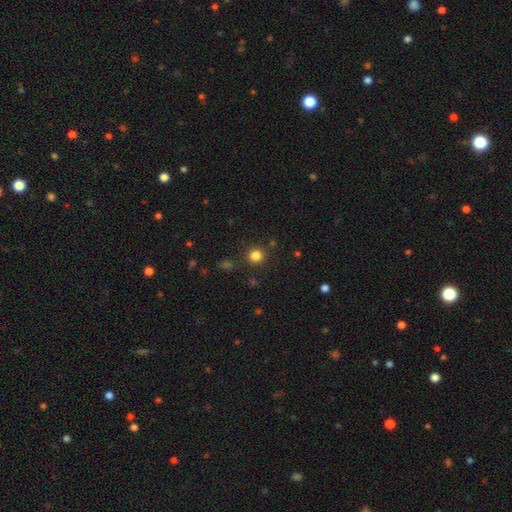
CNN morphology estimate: smooth 82%, star or artifact 14%, featured or disk 4%. Down the decision tree: how rounded — round (93%); merging — none (88%).